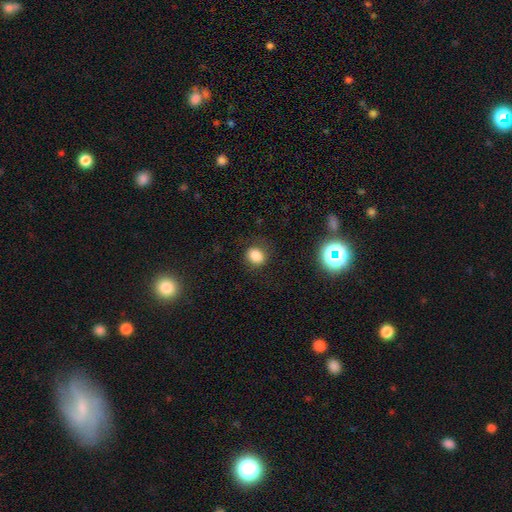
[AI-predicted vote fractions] Smooth or featured? Predicted: smooth (p=0.81). How rounded? Predicted: round (p=0.54). Merging? Predicted: none (p=0.80).